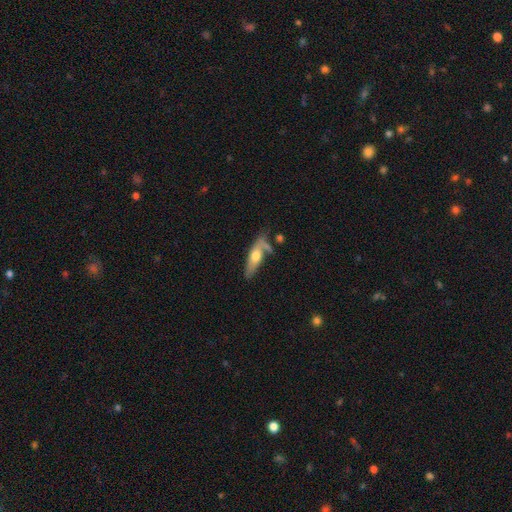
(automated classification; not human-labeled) Smooth or featured? smooth (50%)
How rounded? cigar-shaped (50%)
Merging? none (50%)